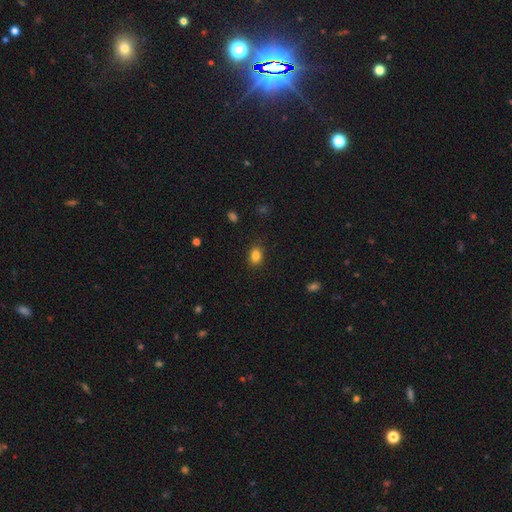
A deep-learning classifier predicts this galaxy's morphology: Smooth or featured? smooth (84%)
How rounded? in between (64%)
Merging? none (87%)